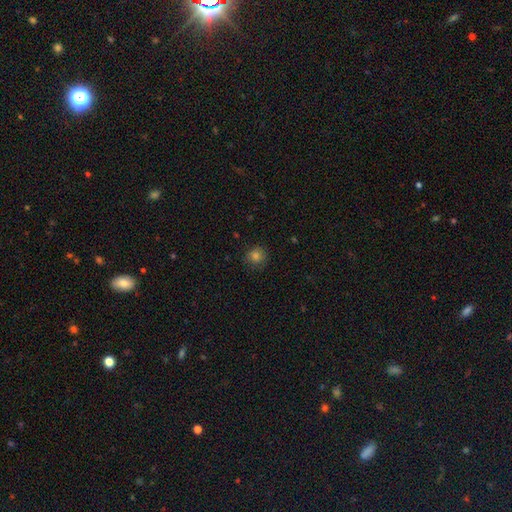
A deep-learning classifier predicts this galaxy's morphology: smooth 80%, star or artifact 14%, featured or disk 5%. Down the decision tree: how rounded — round (89%); merging — none (85%).